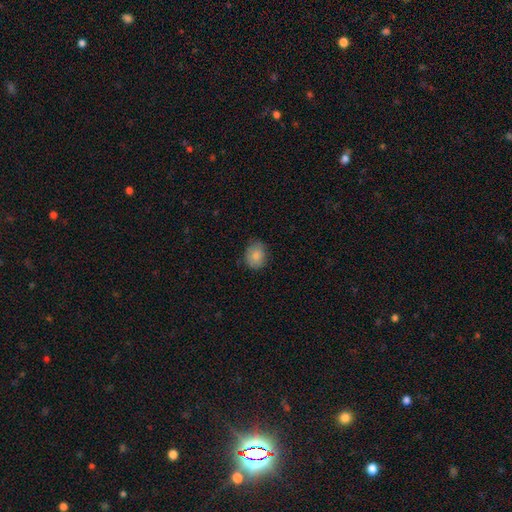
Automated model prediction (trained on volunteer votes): This is clearly a smooth galaxy (85%). How rounded: possibly round (54%). Merging: likely none (76%).